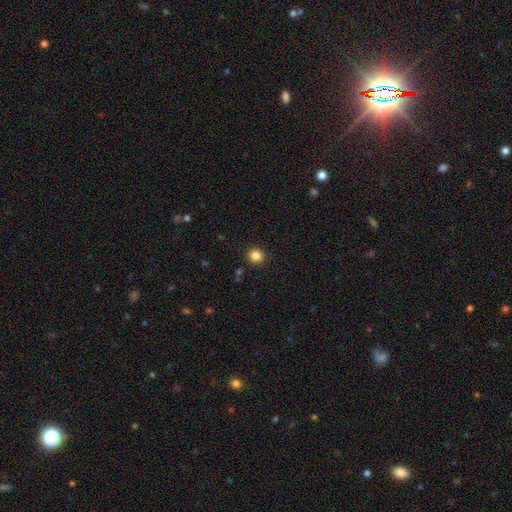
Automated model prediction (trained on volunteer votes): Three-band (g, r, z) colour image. It shows a smooth galaxy with no disk features (84%) that is round (92%). Merging: none (92%).